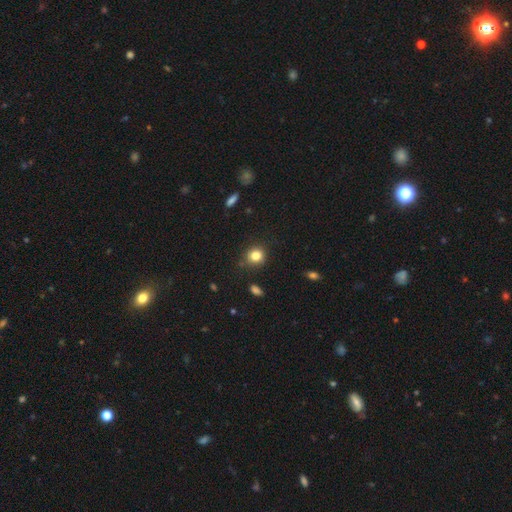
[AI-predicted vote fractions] Overall: smooth (82%). How rounded: round (84%). Merging: none (81%).